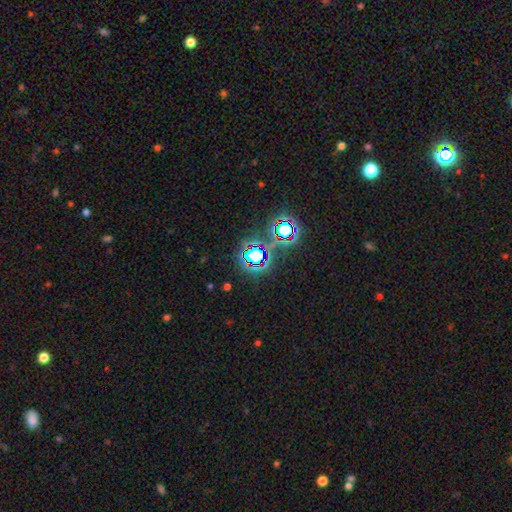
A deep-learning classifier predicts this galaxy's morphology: A star or artifact, not a galaxy (75%).

Vote fractions:
- Smooth or featured? star or artifact: 75% / smooth: 15% / featured or disk: 10%